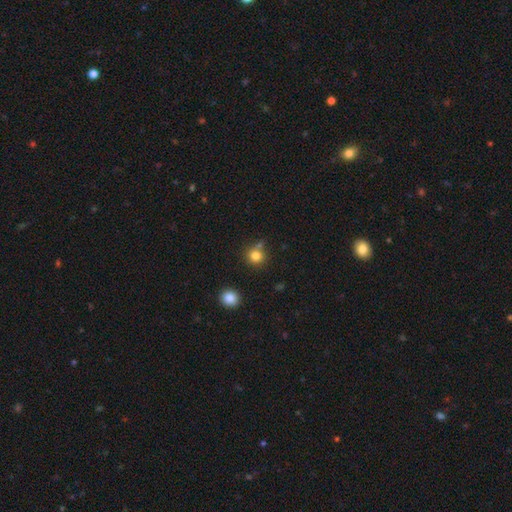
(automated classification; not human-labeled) Morphology: type=smooth (81%); roundness=round (92%); merging=none (72%).